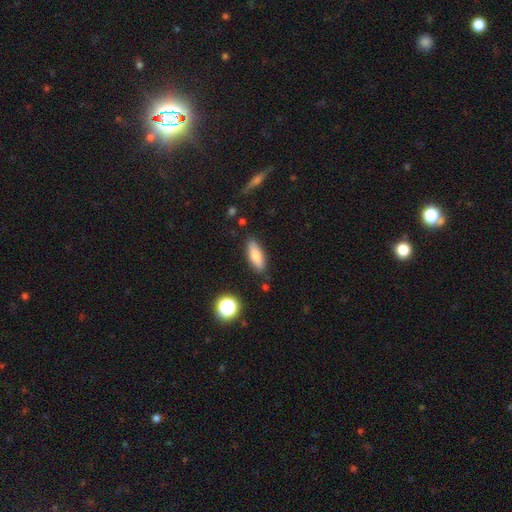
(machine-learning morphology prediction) Smooth or featured?
  - smooth: 78% *
  - featured or disk: 14%
  - star or artifact: 8%
How rounded?
  - in between: 64% *
  - cigar-shaped: 33%
  - round: 3%
Merging?
  - none: 85% *
  - minor disturbance: 10%
  - major disturbance: 2%
  - merger: 2%